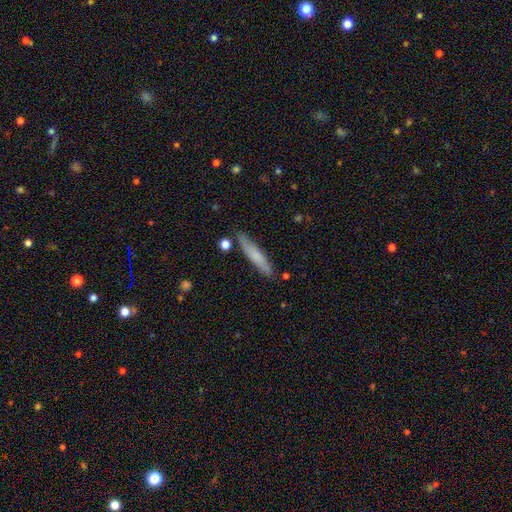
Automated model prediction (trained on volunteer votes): Overall: smooth (67%). How rounded: cigar-shaped (90%). Merging: none (84%).